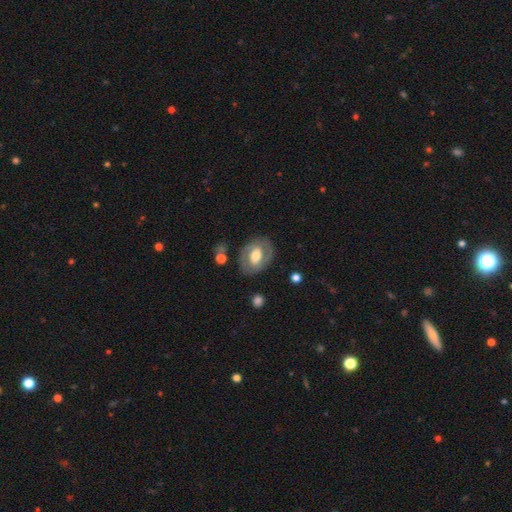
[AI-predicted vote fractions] featured or disk 55%, smooth 39%, star or artifact 6%. Down the decision tree: edge-on disk — no (94%); bar — no (44%); spiral arms — no (58%); bulge size — moderate (61%); merging — none (78%).